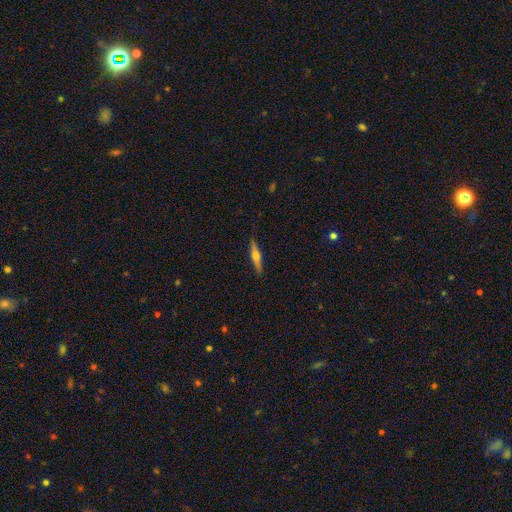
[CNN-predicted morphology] This appears to be a featured or disk galaxy (62%) viewed edge-on (97%) with a rounded central bulge (83%). Merging: none (89%).